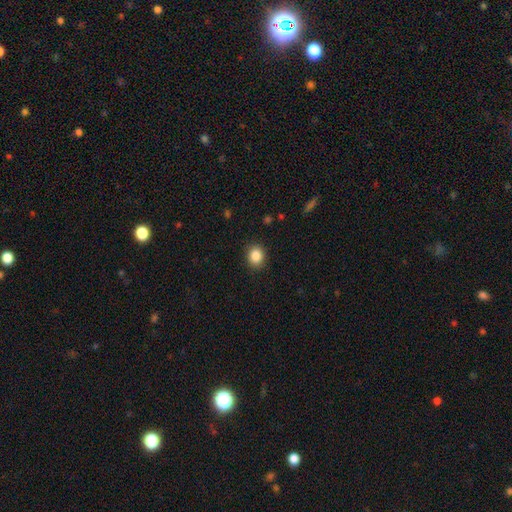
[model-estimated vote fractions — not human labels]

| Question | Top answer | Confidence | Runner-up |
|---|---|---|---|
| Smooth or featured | smooth | 86% | star or artifact (9%) |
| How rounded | round | 66% | in between (33%) |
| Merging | none | 90% | minor disturbance (7%) |